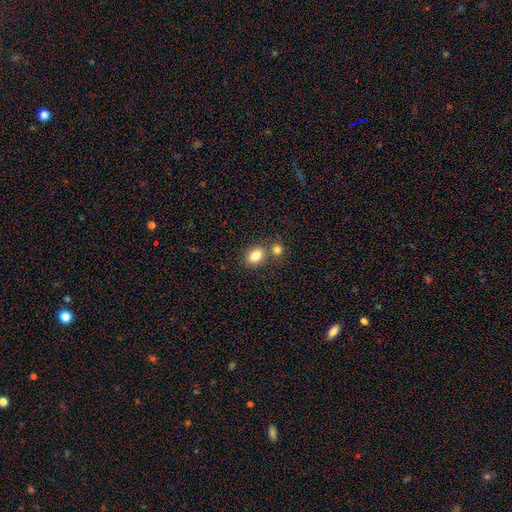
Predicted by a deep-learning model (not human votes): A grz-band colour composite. It shows a smooth galaxy with no disk features (83%) that is in between round and cigar-shaped (72%). Merging: none (60%).